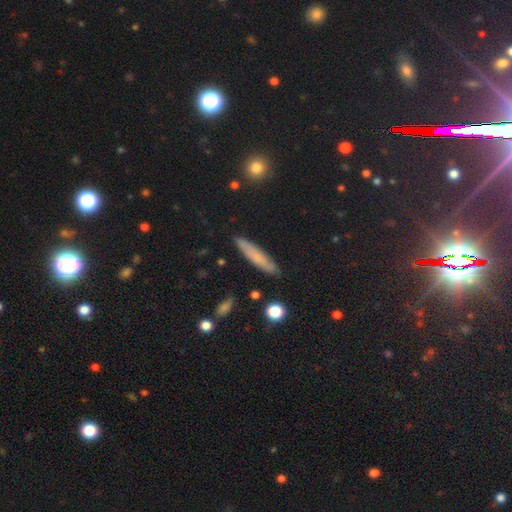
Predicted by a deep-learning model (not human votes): A smooth galaxy with no disk features (69%) that is cigar-shaped (88%). Merging: none (86%).